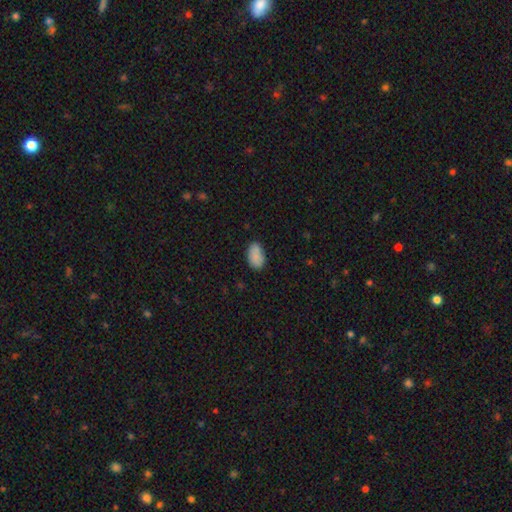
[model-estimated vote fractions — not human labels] smooth 85%, featured or disk 8%, star or artifact 7%. Down the decision tree: how rounded — in between (93%); merging — none (79%).